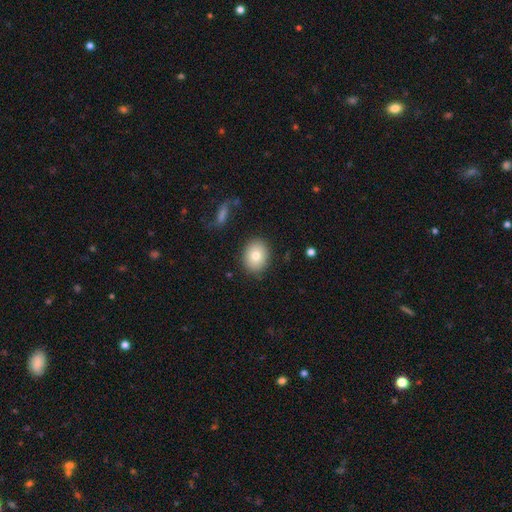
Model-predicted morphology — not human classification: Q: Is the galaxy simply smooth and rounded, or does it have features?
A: smooth — 78%.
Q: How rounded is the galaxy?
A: in between — 51%.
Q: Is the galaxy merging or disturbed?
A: none — 86%.